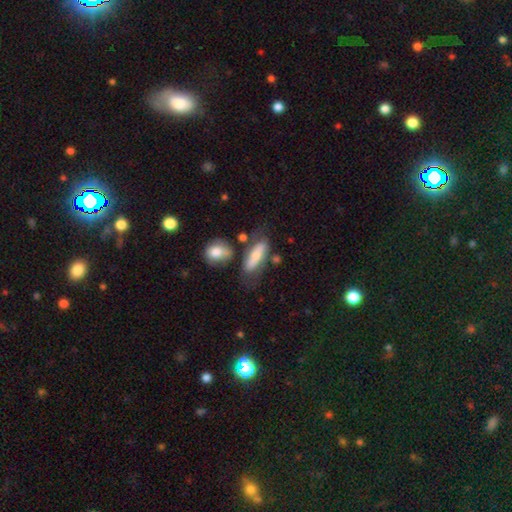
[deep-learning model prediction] The model was most divided on "how rounded": in between: 59%, cigar-shaped: 38%, round: 4%. More confident: smooth or featured — smooth (58%); merging — none (54%).